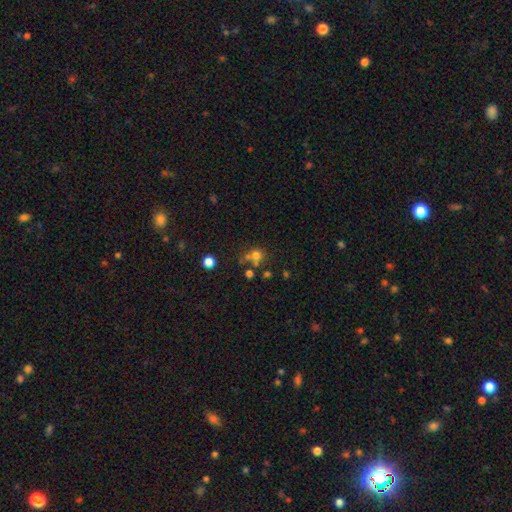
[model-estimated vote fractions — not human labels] smooth-or-featured: smooth: 68% | star or artifact: 19% | featured or disk: 13%
  how-rounded: round: 83% | in between: 16% | cigar-shaped: 1%
  merging: none: 48% | merger: 33% | minor disturbance: 11% | major disturbance: 8%